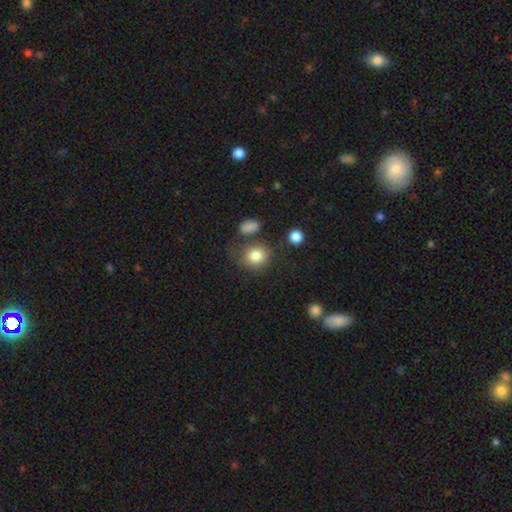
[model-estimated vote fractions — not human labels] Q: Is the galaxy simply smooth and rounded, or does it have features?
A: smooth — 83%.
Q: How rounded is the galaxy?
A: round — 75%.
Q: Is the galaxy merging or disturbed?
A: none — 66%.